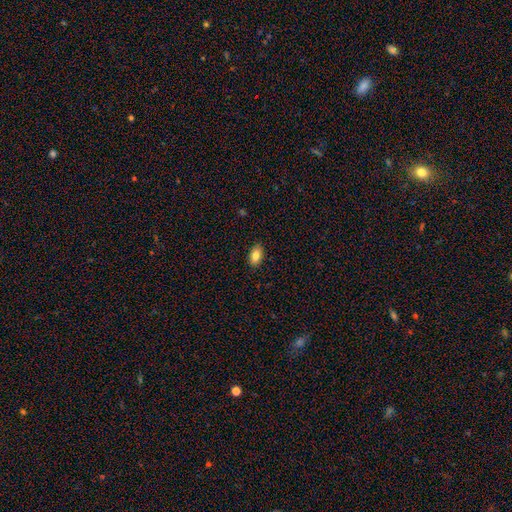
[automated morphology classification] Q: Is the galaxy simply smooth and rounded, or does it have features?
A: smooth — 83%.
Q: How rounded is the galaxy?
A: in between — 91%.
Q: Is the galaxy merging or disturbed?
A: none — 88%.